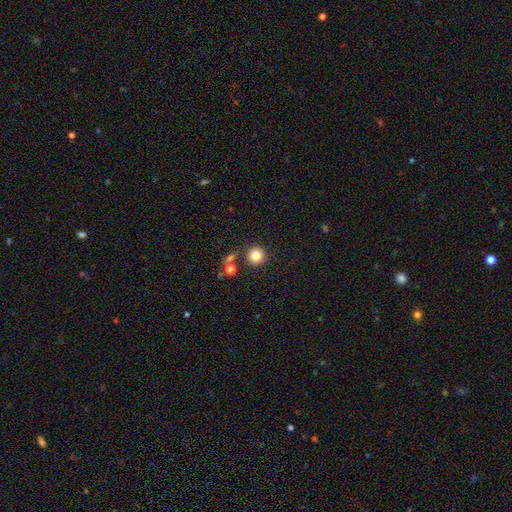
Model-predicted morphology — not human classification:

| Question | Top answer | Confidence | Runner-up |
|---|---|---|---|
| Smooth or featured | smooth | 82% | star or artifact (12%) |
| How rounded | round | 94% | in between (5%) |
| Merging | none | 83% | minor disturbance (7%) |